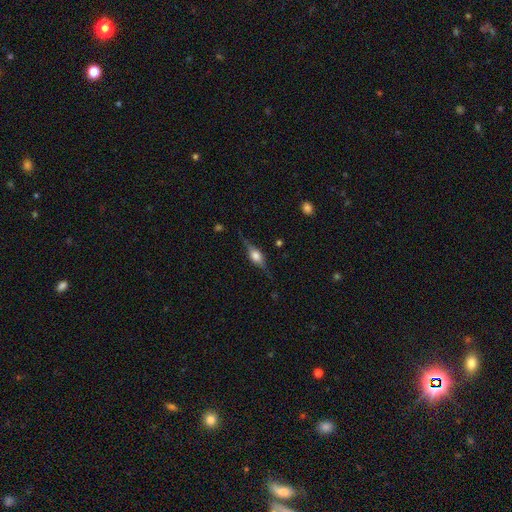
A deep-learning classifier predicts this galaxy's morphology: smooth-or-featured: featured or disk: 68% | smooth: 24% | star or artifact: 7%
  disk-edge-on: yes: 95% | no: 5%
    edge-on-bulge: rounded: 89% | boxy: 10% | none: 2%
  merging: none: 80% | minor disturbance: 15% | major disturbance: 4% | merger: 1%